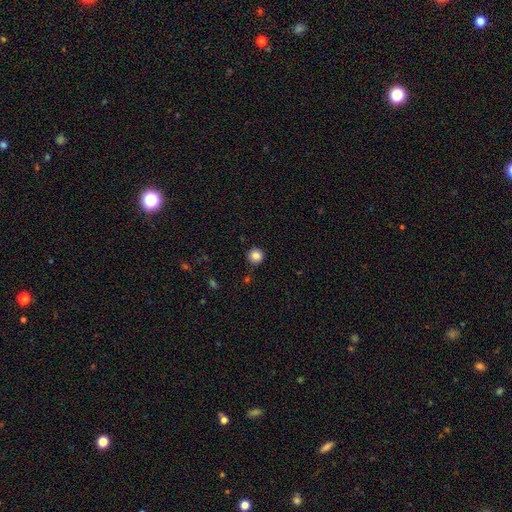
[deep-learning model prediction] This is clearly a smooth galaxy (84%). How rounded: clearly round (95%). Merging: clearly none (90%).